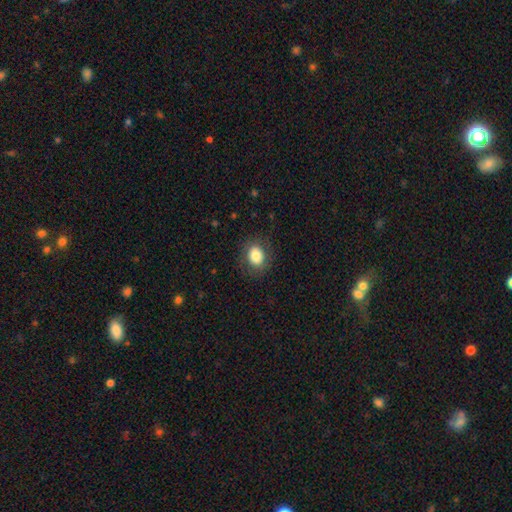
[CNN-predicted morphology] This is clearly a smooth galaxy (82%). How rounded: possibly in between (54%). Merging: clearly none (83%).